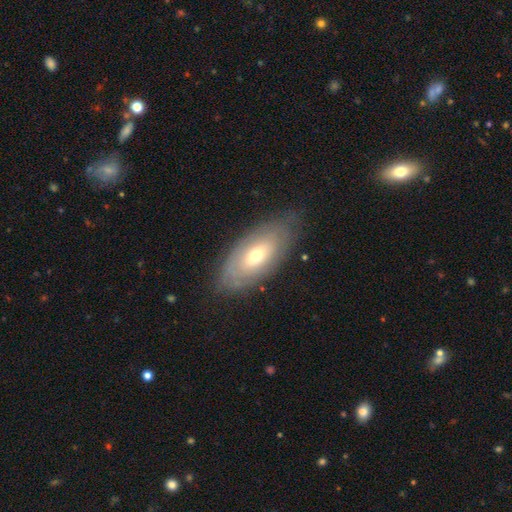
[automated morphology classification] This is possibly a smooth galaxy (48%). Merging: likely none (79%).